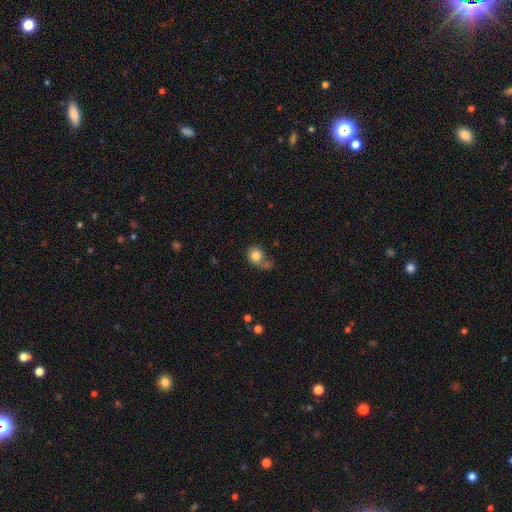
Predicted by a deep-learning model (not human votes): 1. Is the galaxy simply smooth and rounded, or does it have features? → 82% smooth, 9% star or artifact, 9% featured or disk.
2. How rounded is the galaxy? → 78% round, 21% in between, 1% cigar-shaped.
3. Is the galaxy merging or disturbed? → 42% none, 22% minor disturbance, 20% merger, 16% major disturbance.